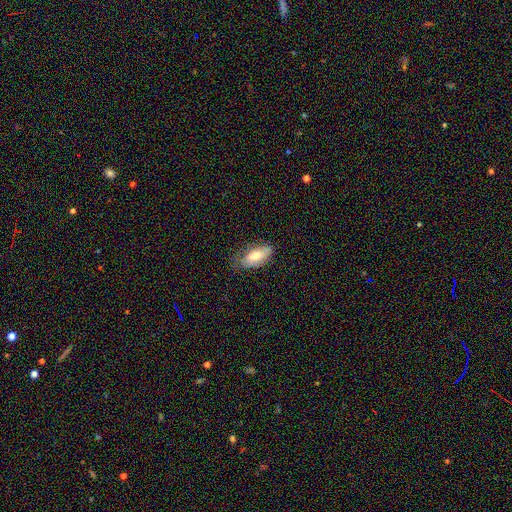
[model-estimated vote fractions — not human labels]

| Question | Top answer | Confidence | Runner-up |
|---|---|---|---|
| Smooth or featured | smooth | 62% | featured or disk (31%) |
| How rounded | in between | 89% | cigar-shaped (8%) |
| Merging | none | 64% | minor disturbance (27%) |